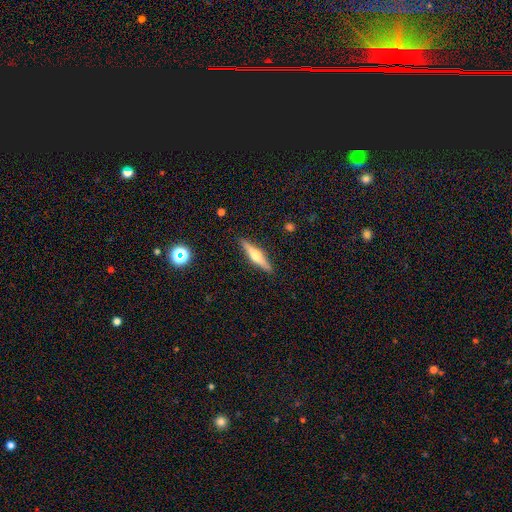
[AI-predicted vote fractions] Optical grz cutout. It shows a featured or disk galaxy (62%) viewed edge-on (96%) with a rounded central bulge (92%). Merging: none (90%).